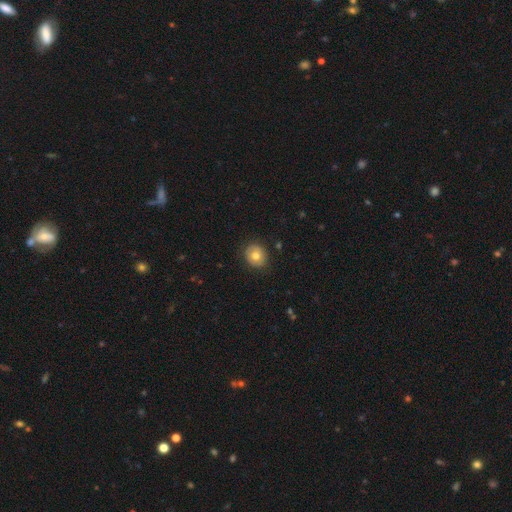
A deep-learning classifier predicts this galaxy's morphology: Smooth or featured: smooth — 74% (featured or disk — 17%)
How rounded: round — 75% (in between — 24%)
Merging: none — 86% (minor disturbance — 10%)